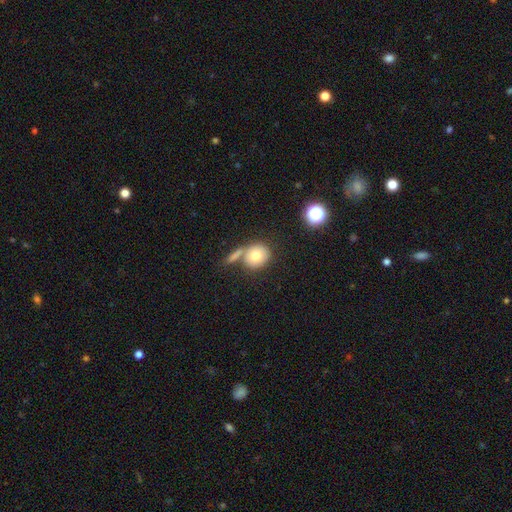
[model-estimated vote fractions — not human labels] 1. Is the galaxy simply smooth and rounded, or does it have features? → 75% smooth, 16% featured or disk, 9% star or artifact.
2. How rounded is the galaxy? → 79% round, 19% in between, 1% cigar-shaped.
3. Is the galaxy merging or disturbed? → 57% none, 25% merger, 13% minor disturbance, 6% major disturbance.